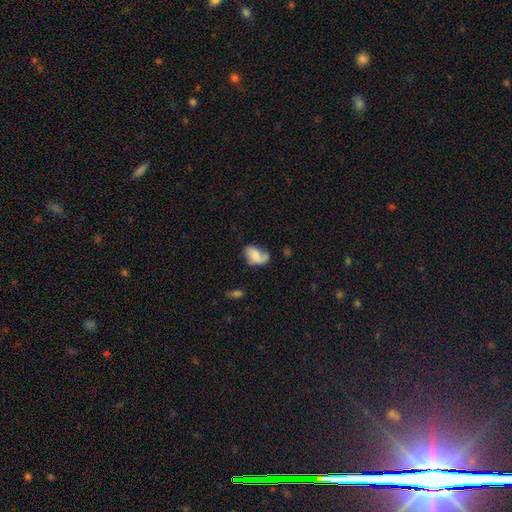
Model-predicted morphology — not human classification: The model was most divided on "merging": none: 37%, minor disturbance: 31%, major disturbance: 24%, merger: 8%. More confident: how rounded — in between (87%); smooth or featured — smooth (64%).